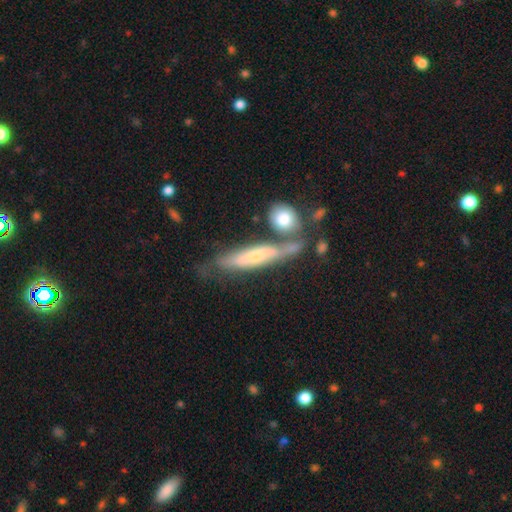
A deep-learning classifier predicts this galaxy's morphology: Q: Smooth or featured?
A: featured or disk (64%); runner-up: smooth (27%)
Q: Edge-on disk?
A: yes (75%); runner-up: no (25%)
Q: Merging?
A: none (58%); runner-up: minor disturbance (18%)